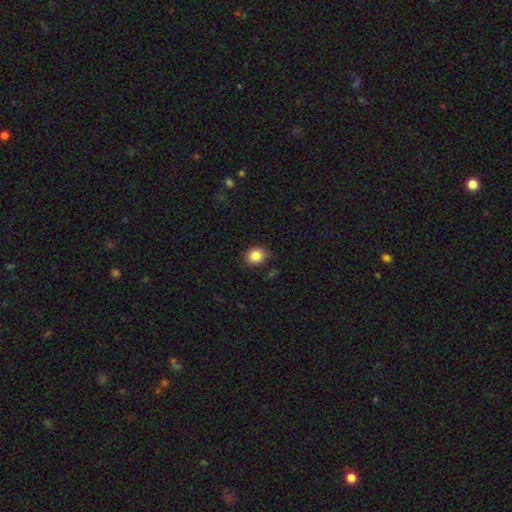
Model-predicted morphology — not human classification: A smooth galaxy with no disk features (86%) that is round (61%).

Vote fractions:
- Smooth or featured? smooth: 86% / star or artifact: 9% / featured or disk: 4%
- How rounded? round: 61% / in between: 38% / cigar-shaped: 1%
- Merging? none: 83% / minor disturbance: 13% / major disturbance: 3% / merger: 2%